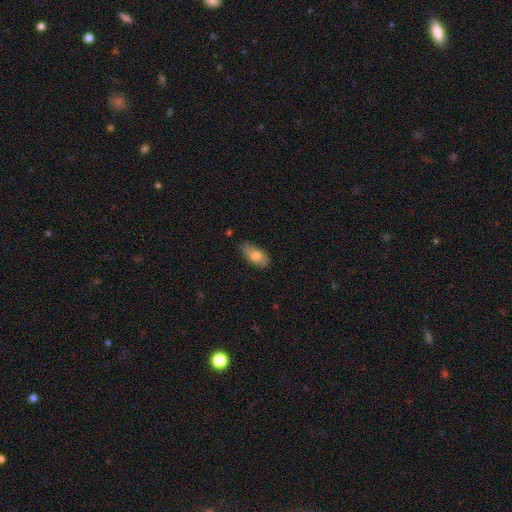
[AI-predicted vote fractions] A smooth galaxy with no disk features (74%) that is in between round and cigar-shaped (91%).

Vote fractions:
- Smooth or featured? smooth: 74% / featured or disk: 20% / star or artifact: 7%
- How rounded? in between: 91% / cigar-shaped: 5% / round: 3%
- Merging? none: 73% / minor disturbance: 22% / major disturbance: 3% / merger: 2%